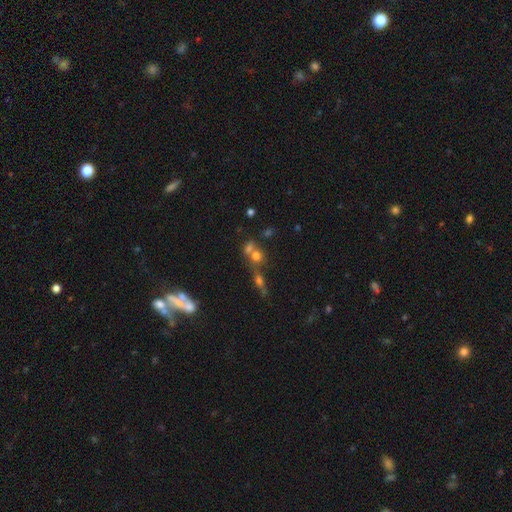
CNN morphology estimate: smooth 63%, star or artifact 21%, featured or disk 16%. Down the decision tree: how rounded — round (75%); merging — merger (52%).